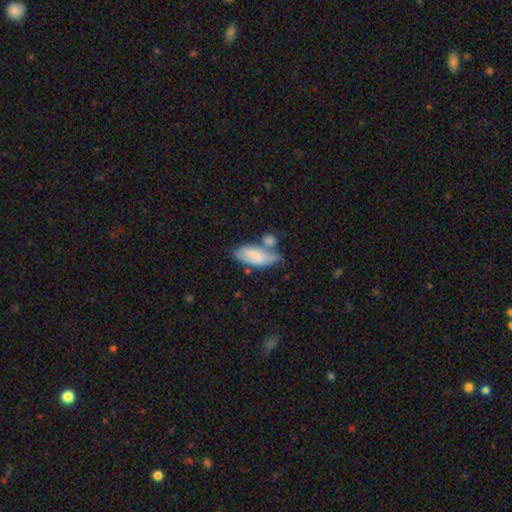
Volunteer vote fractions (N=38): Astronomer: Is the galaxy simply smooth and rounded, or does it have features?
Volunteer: smooth — 68%.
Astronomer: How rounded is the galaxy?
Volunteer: in between — 92%.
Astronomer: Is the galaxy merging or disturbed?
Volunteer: merger — 34% (runner-up: minor disturbance, 31%).